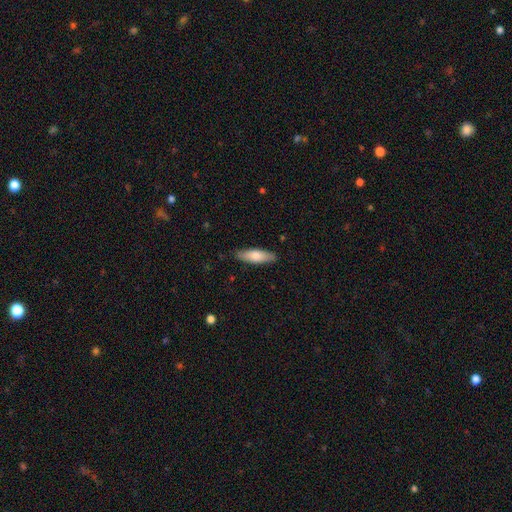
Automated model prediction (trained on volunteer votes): This is likely a smooth galaxy (72%). How rounded: possibly in between (51%). Merging: clearly none (86%).